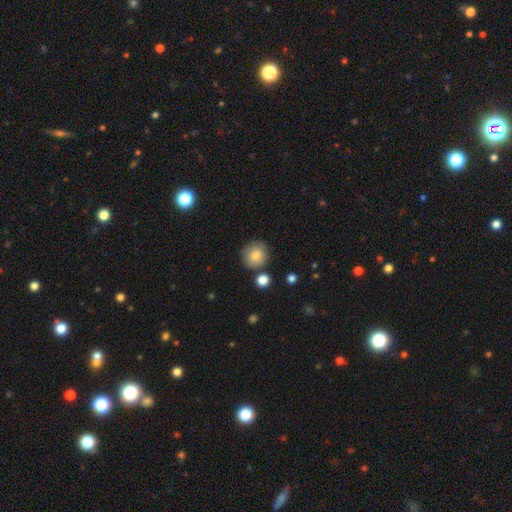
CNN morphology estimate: A smooth galaxy with no disk features (84%) that is round (90%). Merging: none (80%).